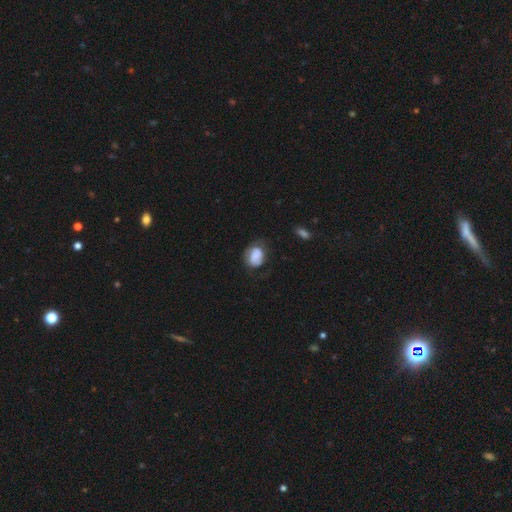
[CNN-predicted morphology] smooth_or_featured: smooth (p=0.71) [alt: featured or disk p=0.21]
how_rounded: in between (p=0.62) [alt: round p=0.37]
merging: none (p=0.52) [alt: minor disturbance p=0.29]